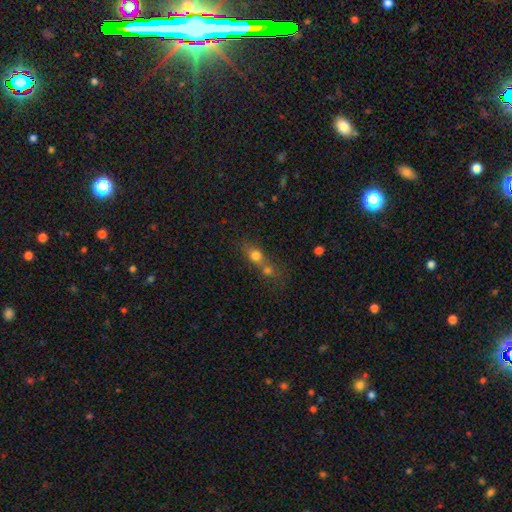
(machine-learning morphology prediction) smooth_or_featured: smooth (p=0.70) [alt: featured or disk p=0.17]
how_rounded: round (p=0.47) [alt: in between p=0.41]
merging: merger (p=0.57) [alt: none p=0.30]